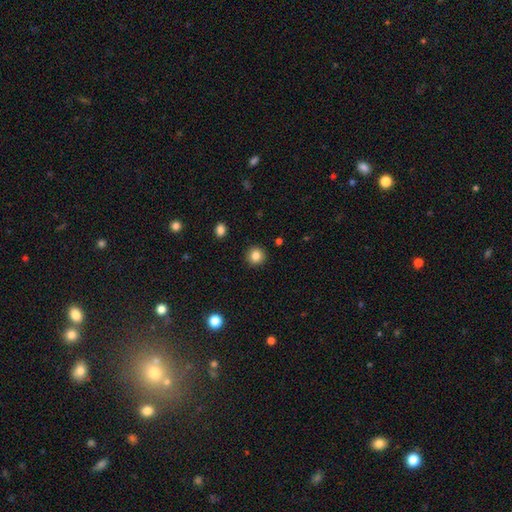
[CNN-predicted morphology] Smooth or featured?
  - smooth: 84% *
  - star or artifact: 11%
  - featured or disk: 5%
How rounded?
  - round: 94% *
  - in between: 5%
  - cigar-shaped: 1%
Merging?
  - none: 92% *
  - minor disturbance: 5%
  - major disturbance: 2%
  - merger: 1%